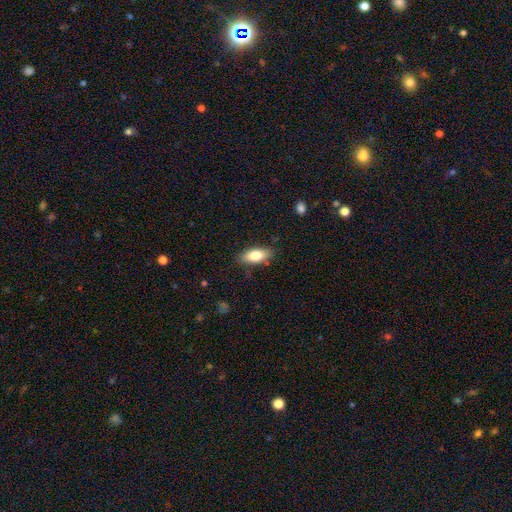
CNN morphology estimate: Smooth or featured: smooth — 80% (featured or disk — 13%)
How rounded: in between — 84% (cigar-shaped — 14%)
Merging: none — 84% (minor disturbance — 12%)